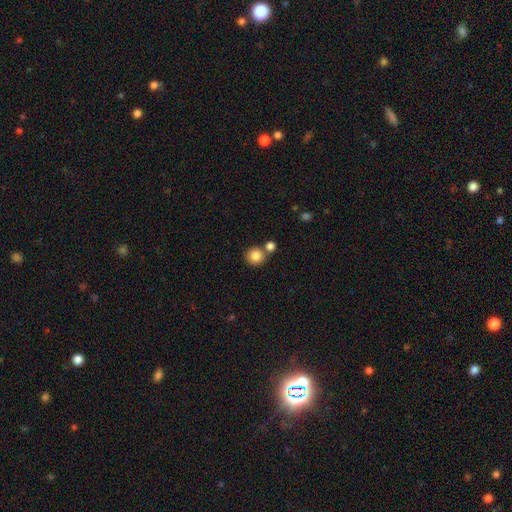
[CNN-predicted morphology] Smooth or featured? Predicted: smooth (p=0.84). How rounded? Predicted: round (p=0.90). Merging? Predicted: none (p=0.65).